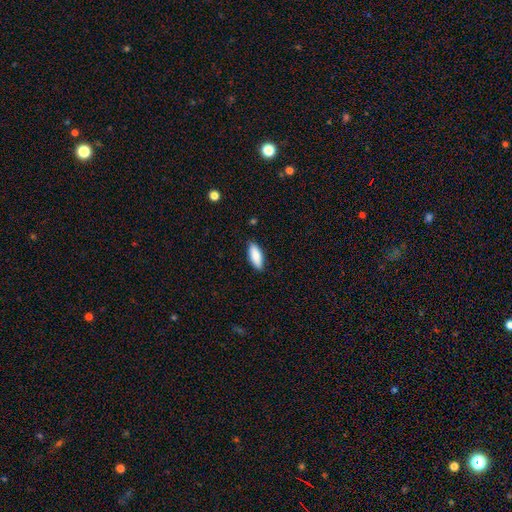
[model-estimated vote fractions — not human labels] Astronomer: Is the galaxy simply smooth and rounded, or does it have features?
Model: smooth — 86%.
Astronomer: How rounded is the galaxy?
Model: in between — 77%.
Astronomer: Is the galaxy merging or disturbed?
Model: none — 86%.